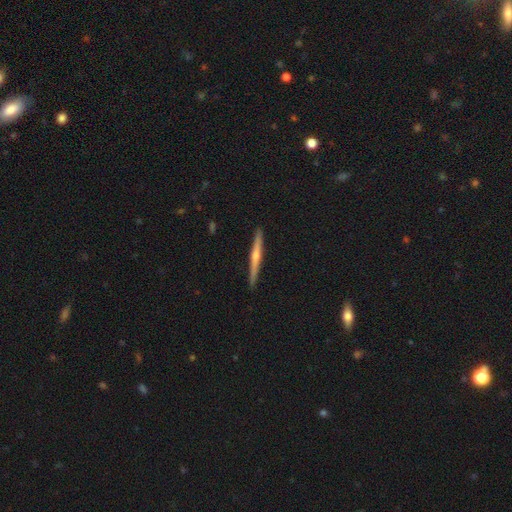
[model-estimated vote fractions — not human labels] This appears to be a featured or disk galaxy (70%) viewed edge-on (98%) with a rounded central bulge (76%). Merging: none (92%).